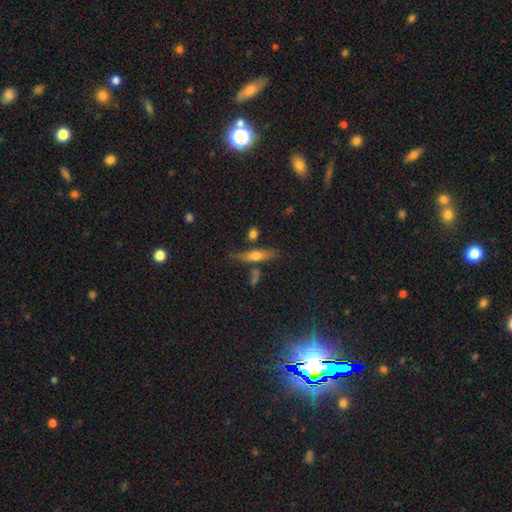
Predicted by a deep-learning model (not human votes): Smooth or featured: smooth — 52% (featured or disk — 40%)
How rounded: cigar-shaped — 74% (in between — 23%)
Merging: none — 67% (minor disturbance — 17%)